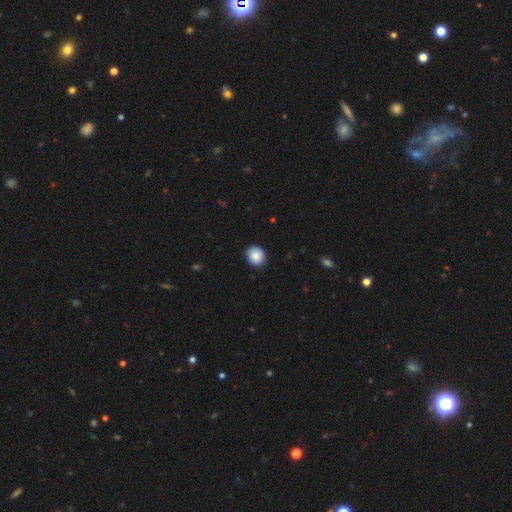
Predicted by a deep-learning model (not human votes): Smooth or featured?
  - smooth: 87% *
  - star or artifact: 8%
  - featured or disk: 5%
How rounded?
  - round: 78% *
  - in between: 21%
  - cigar-shaped: 1%
Merging?
  - none: 87% *
  - minor disturbance: 10%
  - major disturbance: 2%
  - merger: 1%